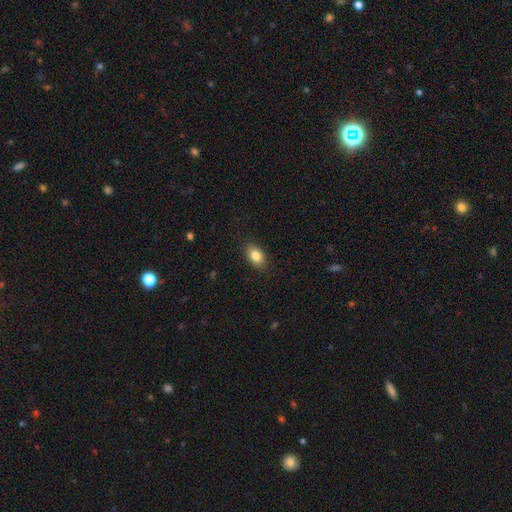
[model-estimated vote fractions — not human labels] Overall: smooth (84%). How rounded: in between (88%). Merging: none (88%).